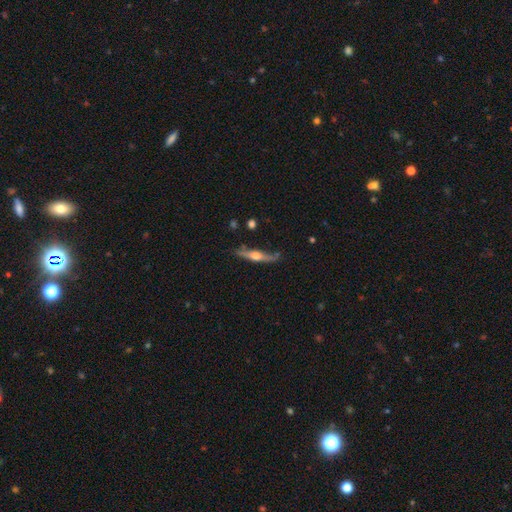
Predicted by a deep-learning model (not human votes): Q: Smooth or featured?
A: featured or disk (63%); runner-up: smooth (31%)
Q: Edge-on disk?
A: yes (93%); runner-up: no (7%)
Q: Edge-on bulge?
A: rounded (92%); runner-up: boxy (4%)
Q: Merging?
A: none (72%); runner-up: minor disturbance (20%)